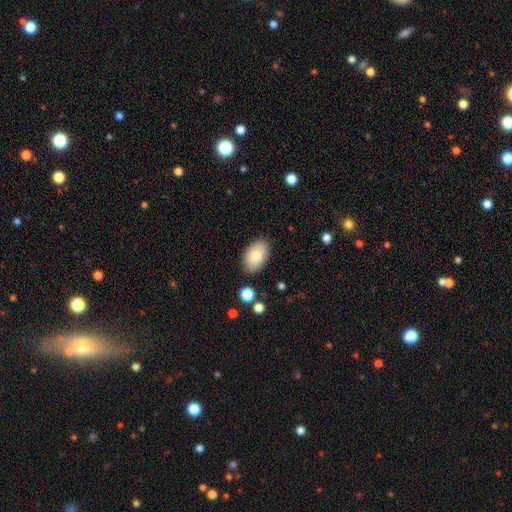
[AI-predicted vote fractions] Morphology: type=smooth (81%); roundness=in between (92%); merging=none (84%).